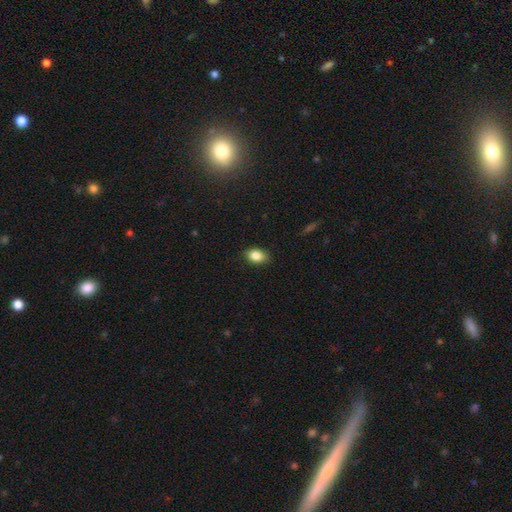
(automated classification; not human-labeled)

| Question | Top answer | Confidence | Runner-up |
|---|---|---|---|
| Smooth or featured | smooth | 85% | star or artifact (8%) |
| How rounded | in between | 82% | round (16%) |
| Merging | none | 86% | minor disturbance (11%) |